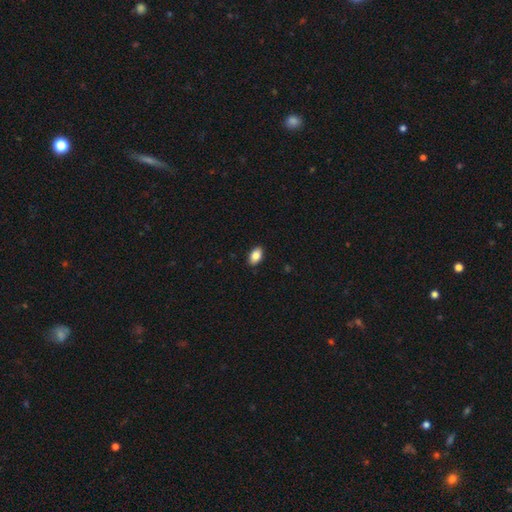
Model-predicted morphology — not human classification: Smooth or featured?
  - smooth: 86% *
  - star or artifact: 7%
  - featured or disk: 6%
How rounded?
  - in between: 92% *
  - round: 6%
  - cigar-shaped: 2%
Merging?
  - none: 90% *
  - minor disturbance: 8%
  - major disturbance: 2%
  - merger: 1%